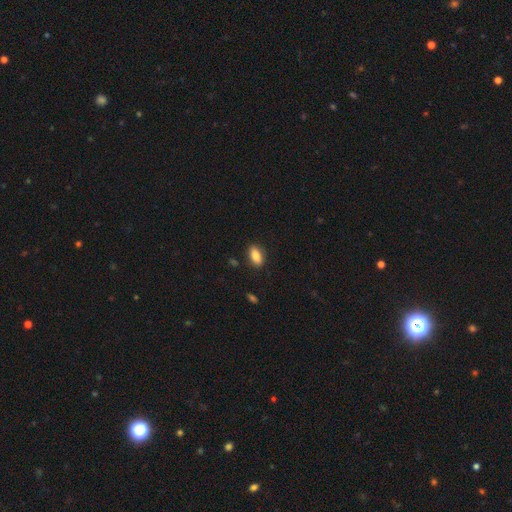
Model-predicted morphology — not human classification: This is clearly a smooth galaxy (84%). How rounded: clearly in between (85%). Merging: clearly none (87%).